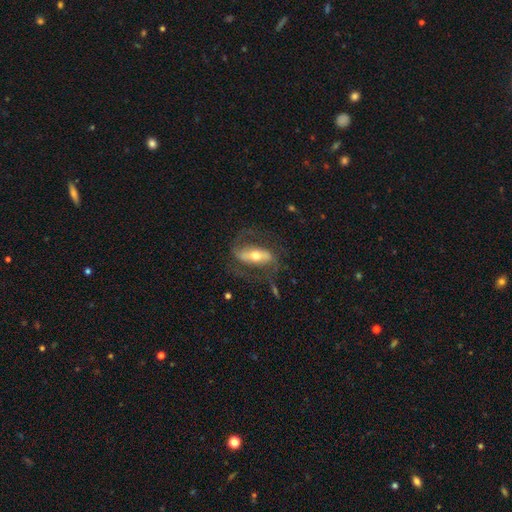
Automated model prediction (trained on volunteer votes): Smooth or featured: featured or disk — 76% (smooth — 18%)
Edge-on disk: no — 86% (yes — 14%)
Bar: strong — 59% (weak — 24%)
Spiral arms: yes — 84% (no — 16%)
Spiral winding: medium — 48% (loose — 34%)
Spiral arm count: 2 — 86% (can't tell — 6%)
Bulge size: moderate — 60% (small — 31%)
Merging: none — 65% (major disturbance — 17%)